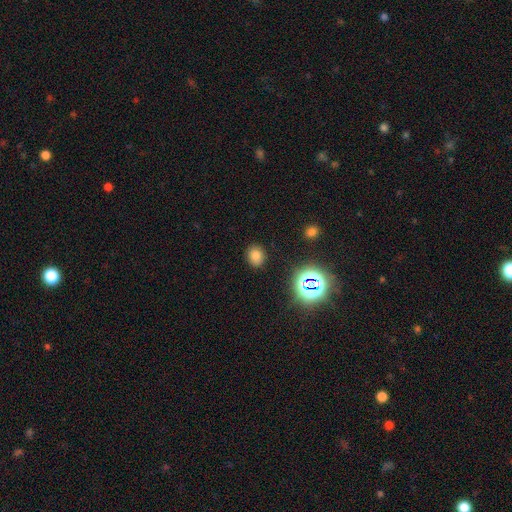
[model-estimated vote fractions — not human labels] Smooth or featured?
  - smooth: 74% *
  - star or artifact: 20%
  - featured or disk: 6%
How rounded?
  - round: 53% *
  - in between: 46%
  - cigar-shaped: 1%
Merging?
  - none: 86% *
  - minor disturbance: 10%
  - major disturbance: 3%
  - merger: 2%